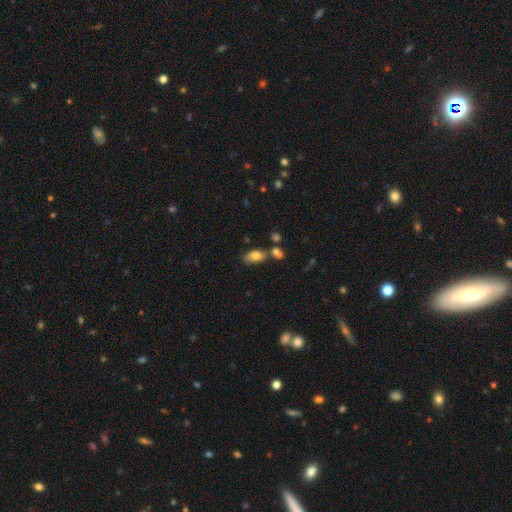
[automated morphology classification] Smooth or featured? smooth (78%)
How rounded? in between (90%)
Merging? none (58%)